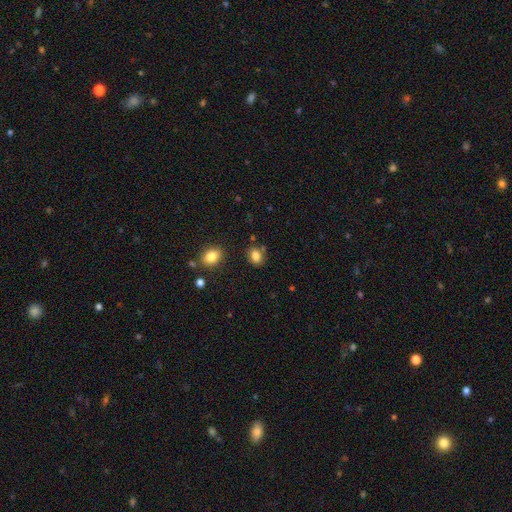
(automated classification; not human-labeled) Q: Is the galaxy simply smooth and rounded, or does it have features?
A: smooth — 83%.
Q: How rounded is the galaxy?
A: in between — 56%.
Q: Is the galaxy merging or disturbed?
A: none — 77%.